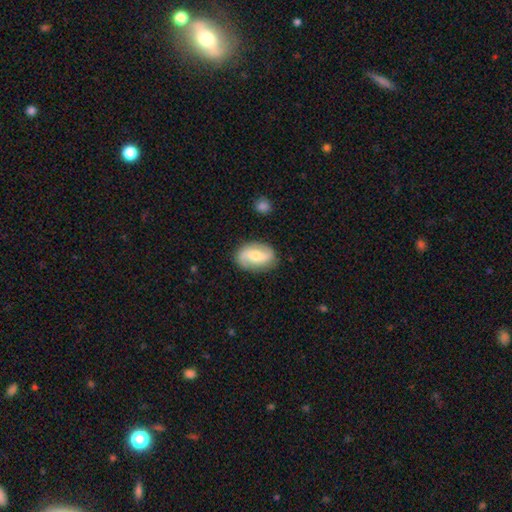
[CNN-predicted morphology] This is possibly a featured or disk galaxy (58%). It is clearly not viewed edge-on (95%). Bar: marginally weak (40%). Spiral arm pattern: clearly yes (86%). Central bulge: possibly moderate (59%). Merging: clearly none (84%).